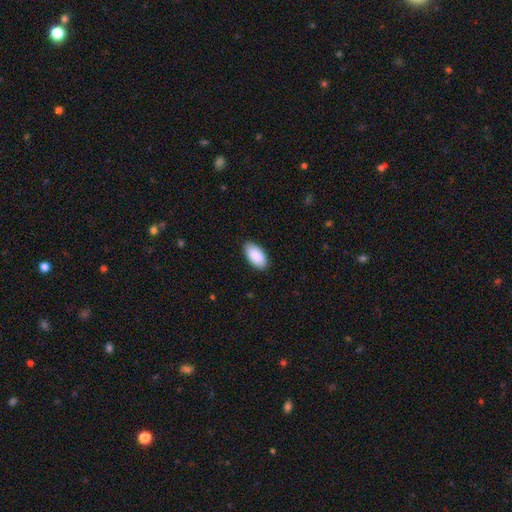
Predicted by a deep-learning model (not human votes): smooth 91%, star or artifact 5%, featured or disk 3%. Down the decision tree: how rounded — in between (96%); merging — none (88%).